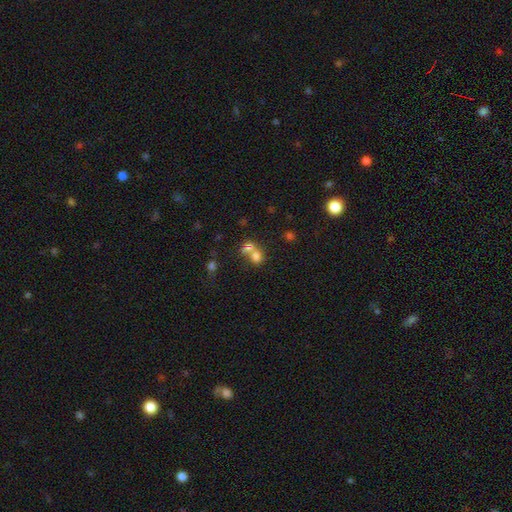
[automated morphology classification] smooth 71%, star or artifact 15%, featured or disk 15%. Down the decision tree: how rounded — round (59%); merging — merger (59%).